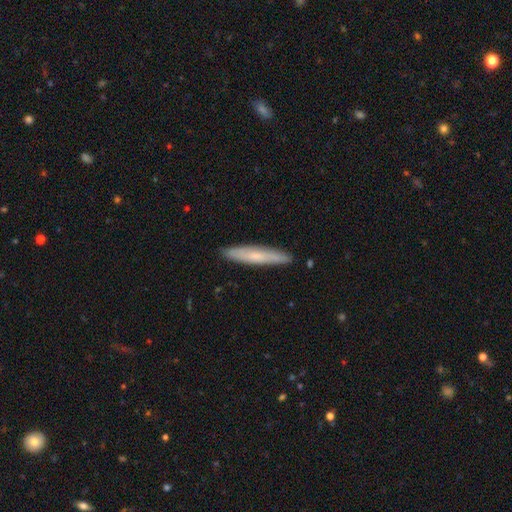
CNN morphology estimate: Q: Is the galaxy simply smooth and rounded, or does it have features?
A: smooth — 59%.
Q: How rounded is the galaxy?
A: cigar-shaped — 93%.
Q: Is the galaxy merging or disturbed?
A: none — 89%.